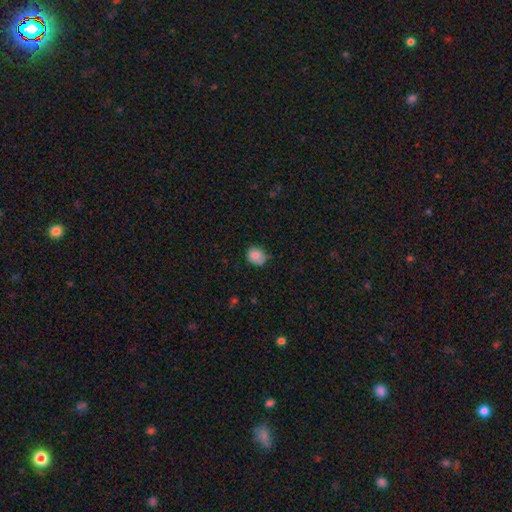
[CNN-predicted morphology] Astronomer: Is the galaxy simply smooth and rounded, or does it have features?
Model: smooth — 81%.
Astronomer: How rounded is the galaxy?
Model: round — 66%.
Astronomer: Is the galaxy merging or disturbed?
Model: none — 69%.